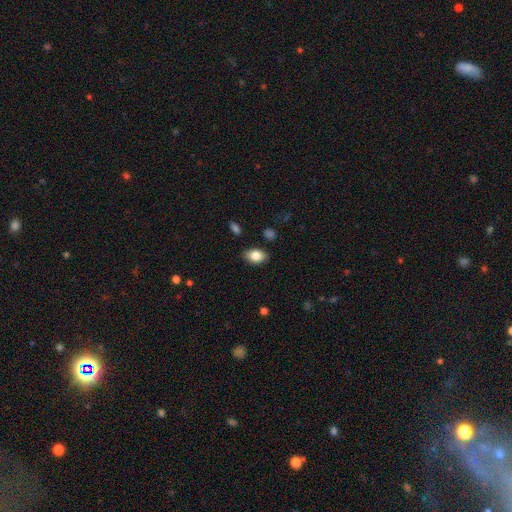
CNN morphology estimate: This appears to be a smooth galaxy with no disk features (82%) that is in between round and cigar-shaped (86%). Merging: none (86%).